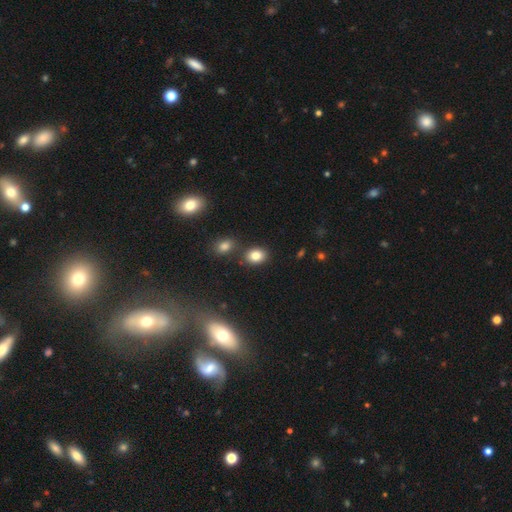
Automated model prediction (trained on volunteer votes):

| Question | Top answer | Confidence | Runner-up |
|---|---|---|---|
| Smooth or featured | smooth | 83% | star or artifact (11%) |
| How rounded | in between | 61% | round (38%) |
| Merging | none | 77% | minor disturbance (11%) |